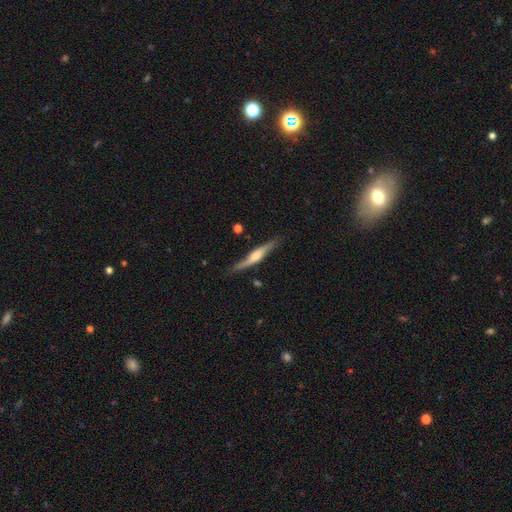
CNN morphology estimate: This is likely a featured or disk galaxy (67%). It is clearly viewed edge-on (94%). Edge-on bulge: clearly rounded (80%). Merging: likely none (79%).